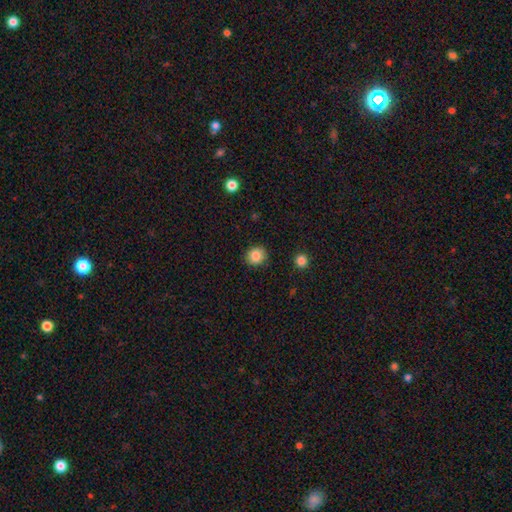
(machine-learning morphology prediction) Q: Smooth or featured?
A: smooth (84%); runner-up: star or artifact (10%)
Q: How rounded?
A: round (81%); runner-up: in between (18%)
Q: Merging?
A: none (89%); runner-up: minor disturbance (8%)